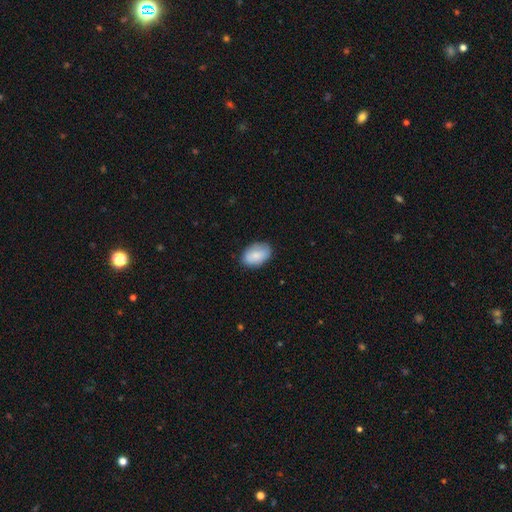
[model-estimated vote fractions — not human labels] This is clearly a smooth galaxy (81%). How rounded: clearly in between (89%). Merging: likely none (80%).